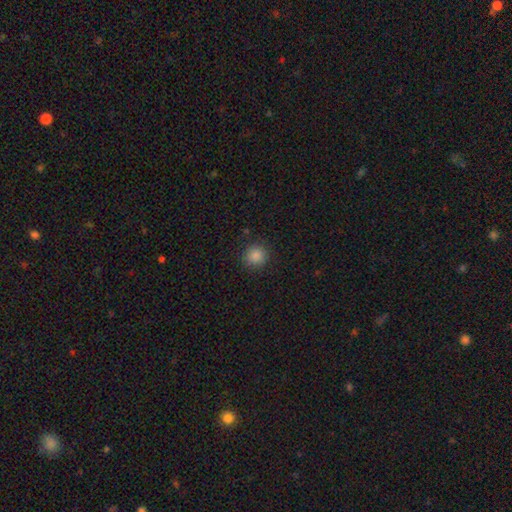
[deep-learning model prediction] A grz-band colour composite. It shows a smooth galaxy with no disk features (86%) that is round (91%). Merging: none (89%).